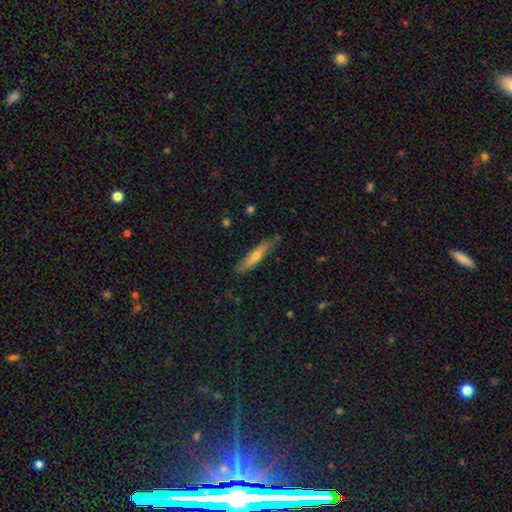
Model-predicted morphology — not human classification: Overall: smooth (53%; featured or disk 41%). How rounded: cigar-shaped (87%). Merging: none (78%).